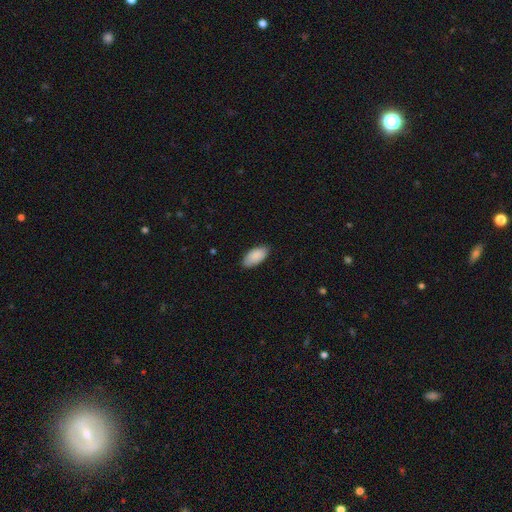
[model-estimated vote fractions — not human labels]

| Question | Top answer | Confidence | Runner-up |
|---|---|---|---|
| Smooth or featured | smooth | 90% | star or artifact (6%) |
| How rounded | in between | 94% | cigar-shaped (4%) |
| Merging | none | 82% | minor disturbance (15%) |